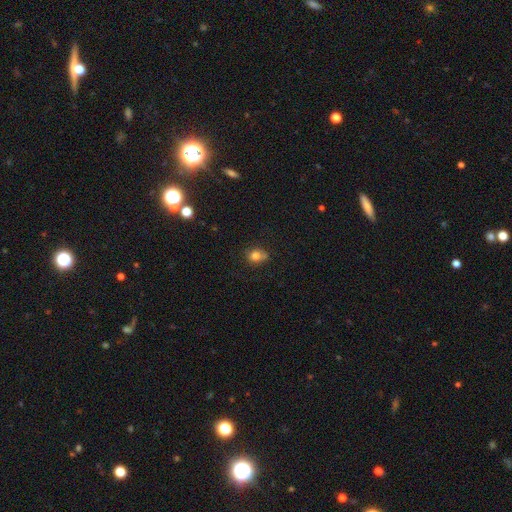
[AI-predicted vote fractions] Q: Smooth or featured?
A: smooth (79%); runner-up: star or artifact (12%)
Q: How rounded?
A: round (60%); runner-up: in between (38%)
Q: Merging?
A: none (57%); runner-up: minor disturbance (27%)